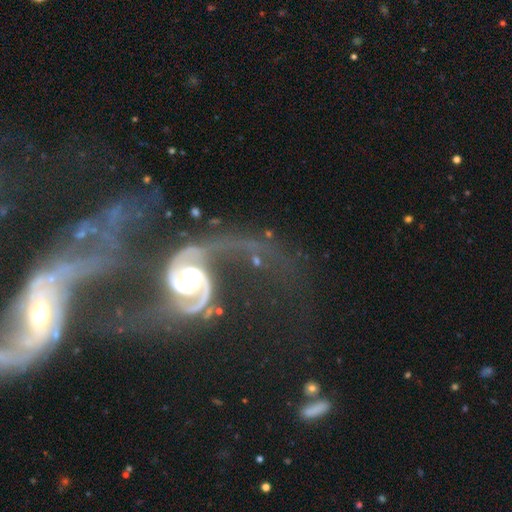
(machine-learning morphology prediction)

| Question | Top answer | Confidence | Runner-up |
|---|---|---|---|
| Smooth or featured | featured or disk | 87% | star or artifact (7%) |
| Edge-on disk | no | 96% | yes (4%) |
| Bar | no | 56% | weak (30%) |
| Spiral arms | yes | 96% | no (4%) |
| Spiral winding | medium | 46% | loose (32%) |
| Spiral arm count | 2 | 87% | 1 (4%) |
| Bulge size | moderate | 48% | large (26%) |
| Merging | none | 37% | major disturbance (34%) |